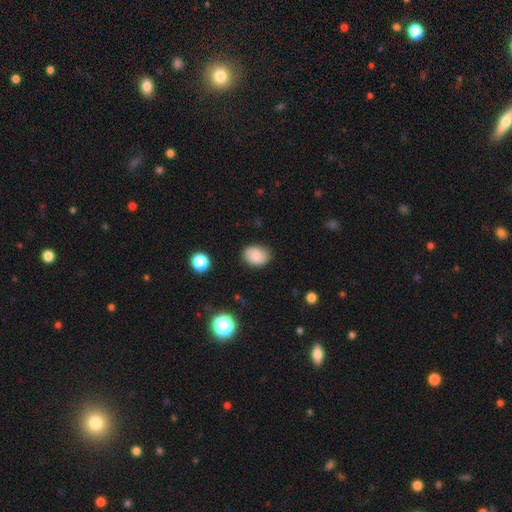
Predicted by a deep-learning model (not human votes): Morphology: type=smooth (83%); roundness=in between (70%); merging=none (79%).